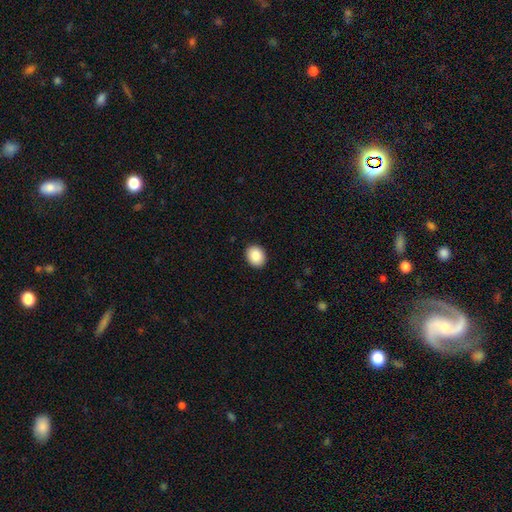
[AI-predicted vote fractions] Smooth or featured: smooth — 88% (star or artifact — 8%)
How rounded: in between — 50% (tied with round — 50%)
Merging: none — 91% (minor disturbance — 6%)